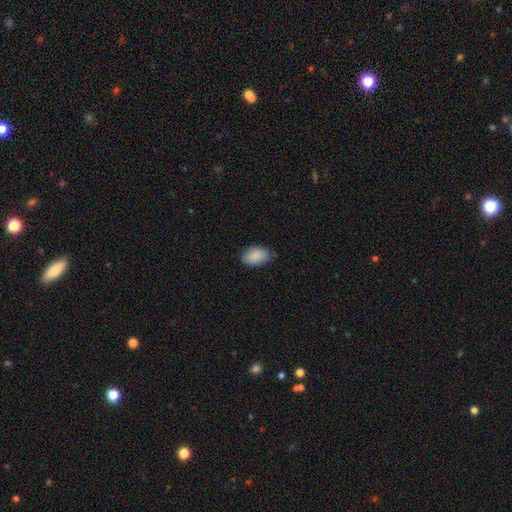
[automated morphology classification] Smooth or featured?
  - smooth: 88% *
  - star or artifact: 6%
  - featured or disk: 6%
How rounded?
  - in between: 90% *
  - round: 9%
  - cigar-shaped: 1%
Merging?
  - none: 71% *
  - minor disturbance: 24%
  - major disturbance: 3%
  - merger: 1%